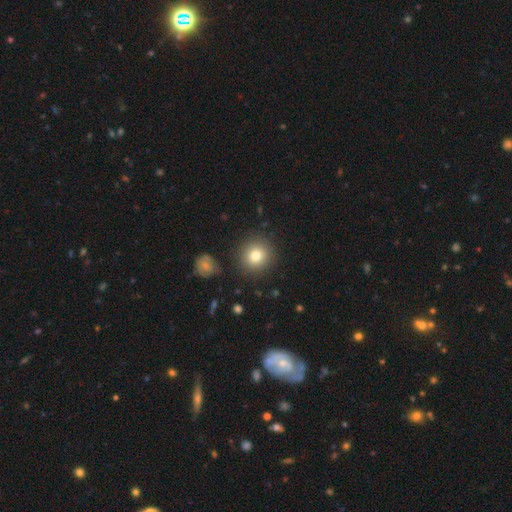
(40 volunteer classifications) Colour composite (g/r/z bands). It shows a smooth galaxy with no disk features (82%) that is round (91%). Merging: none (86%).